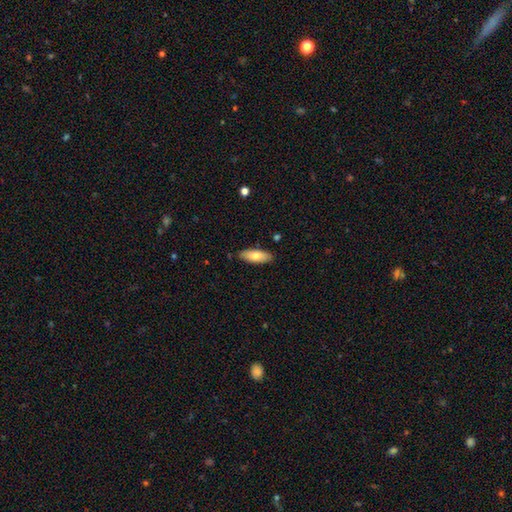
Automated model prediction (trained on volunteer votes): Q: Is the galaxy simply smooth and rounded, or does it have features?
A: smooth — 75%.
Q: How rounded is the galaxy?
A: in between — 75%.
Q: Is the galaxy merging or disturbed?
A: none — 87%.